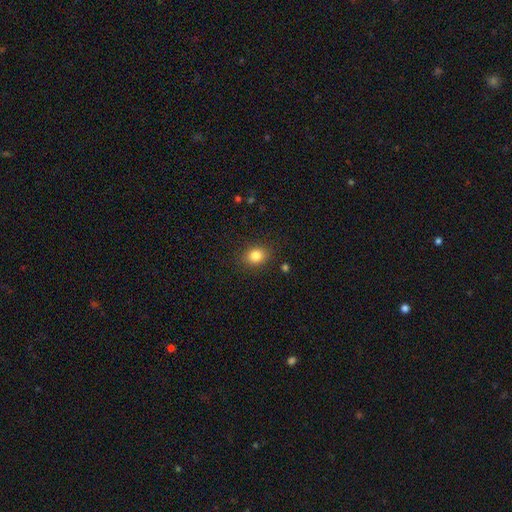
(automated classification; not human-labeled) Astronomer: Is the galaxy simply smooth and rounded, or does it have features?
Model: smooth — 84%.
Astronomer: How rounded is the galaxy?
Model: round — 56% (runner-up: in between, 43%).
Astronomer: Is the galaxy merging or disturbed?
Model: none — 87%.